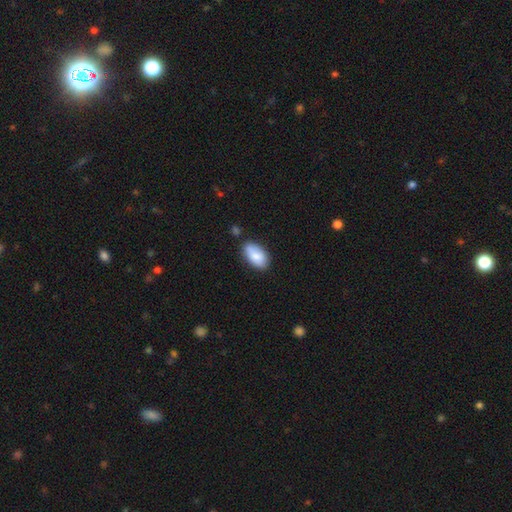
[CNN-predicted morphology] smooth_or_featured: smooth (p=0.83) [alt: featured or disk p=0.11]
how_rounded: in between (p=0.94) [alt: round p=0.04]
merging: none (p=0.70) [alt: minor disturbance p=0.21]